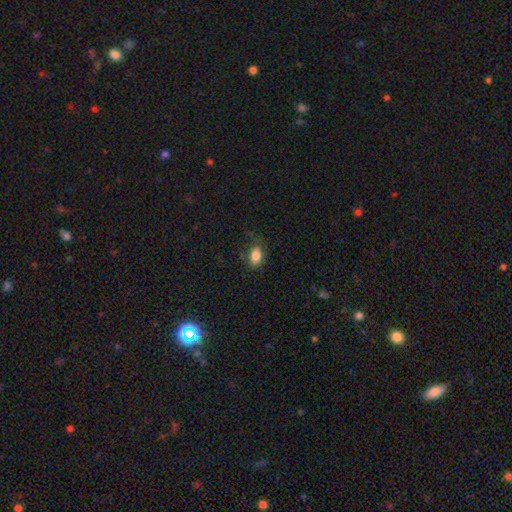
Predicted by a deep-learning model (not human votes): This is clearly a smooth galaxy (85%). How rounded: clearly in between (87%). Merging: likely none (73%).